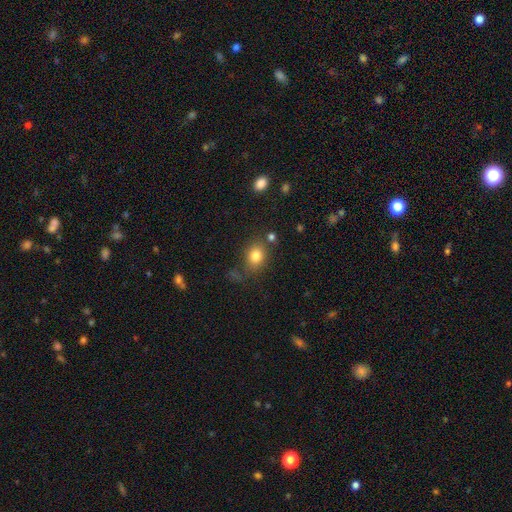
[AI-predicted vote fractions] A smooth galaxy with no disk features (82%) that is round (51%). Merging: none (69%).